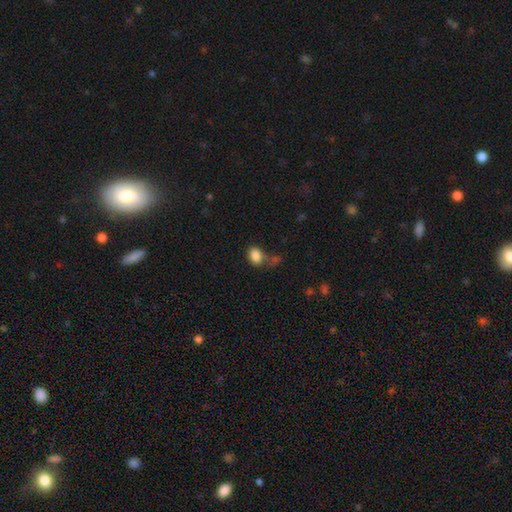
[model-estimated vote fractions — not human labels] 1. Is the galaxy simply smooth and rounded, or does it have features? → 85% smooth, 10% star or artifact, 5% featured or disk.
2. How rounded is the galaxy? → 71% in between, 28% round, 1% cigar-shaped.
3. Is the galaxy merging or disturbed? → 55% none, 21% merger, 17% minor disturbance, 8% major disturbance.